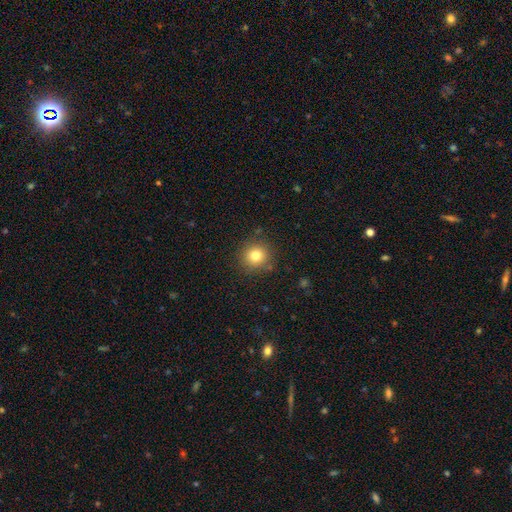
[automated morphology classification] smooth-or-featured: smooth: 79% | star or artifact: 12% | featured or disk: 8%
  how-rounded: round: 91% | in between: 8% | cigar-shaped: 1%
  merging: none: 86% | minor disturbance: 9% | major disturbance: 3% | merger: 2%